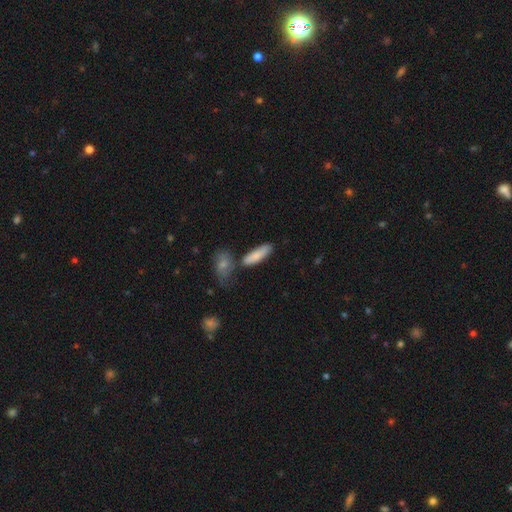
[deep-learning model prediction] smooth 81%, featured or disk 13%, star or artifact 6%. Down the decision tree: how rounded — cigar-shaped (53%); merging — none (63%).